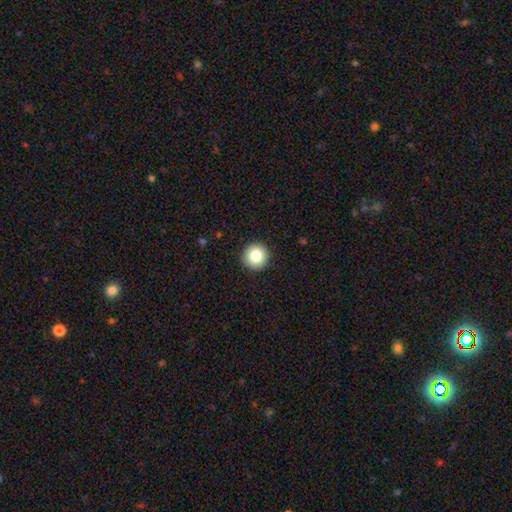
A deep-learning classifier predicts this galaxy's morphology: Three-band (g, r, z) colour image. It shows a smooth galaxy with no disk features (83%) that is round (96%). Merging: none (93%).